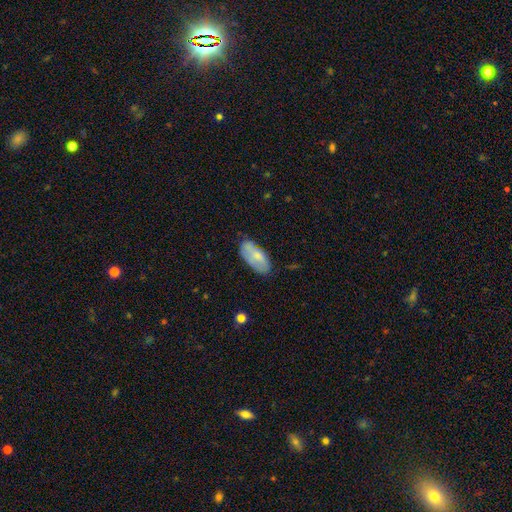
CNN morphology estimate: smooth-or-featured: smooth: 72% | featured or disk: 22% | star or artifact: 6%
  how-rounded: in between: 91% | cigar-shaped: 6% | round: 2%
  merging: none: 68% | minor disturbance: 24% | major disturbance: 6% | merger: 2%